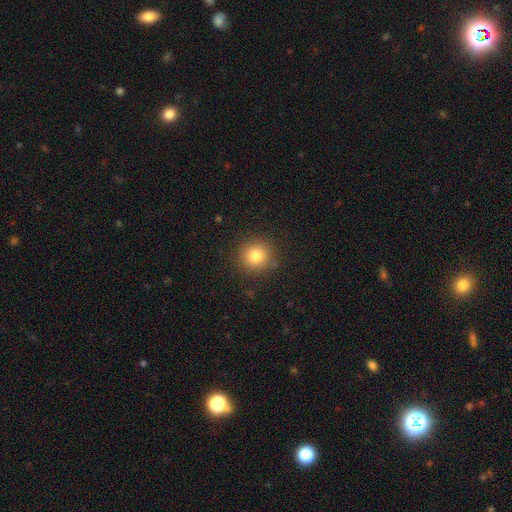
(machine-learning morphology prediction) This is clearly a smooth galaxy (80%). How rounded: clearly round (93%). Merging: clearly none (89%).